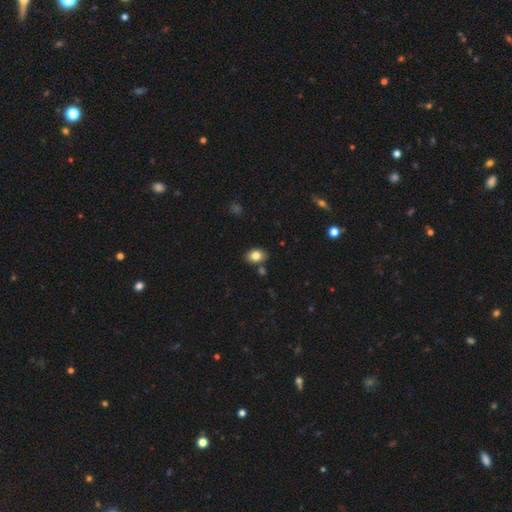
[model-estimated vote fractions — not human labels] Morphology: type=smooth (82%); roundness=in between (77%); merging=none (79%).